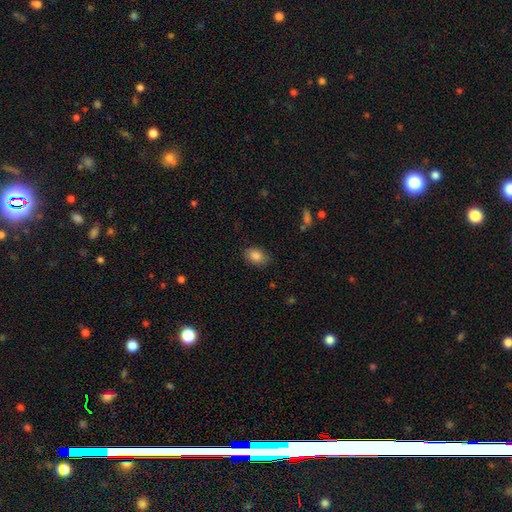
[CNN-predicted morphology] Smooth or featured? smooth (86%)
How rounded? in between (79%)
Merging? none (81%)